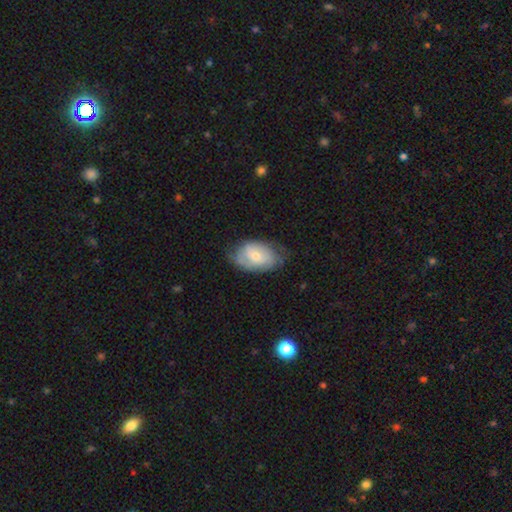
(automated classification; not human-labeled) Smooth or featured: featured or disk — 49% (smooth — 45%)
Merging: none — 60% (minor disturbance — 29%)